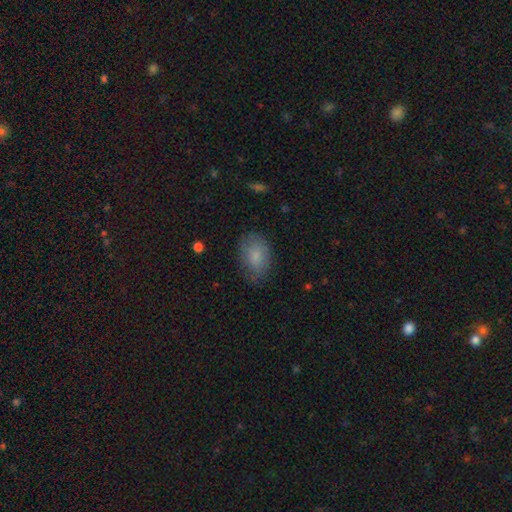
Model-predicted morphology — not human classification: Smooth or featured: smooth — 81% (featured or disk — 11%)
How rounded: in between — 84% (round — 15%)
Merging: none — 70% (minor disturbance — 22%)